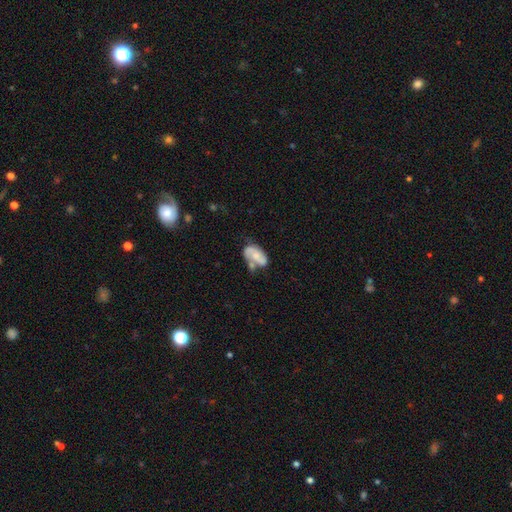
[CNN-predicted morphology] Q: Smooth or featured?
A: featured or disk (48%); runner-up: smooth (45%)
Q: Merging?
A: none (32%); runner-up: minor disturbance (26%)